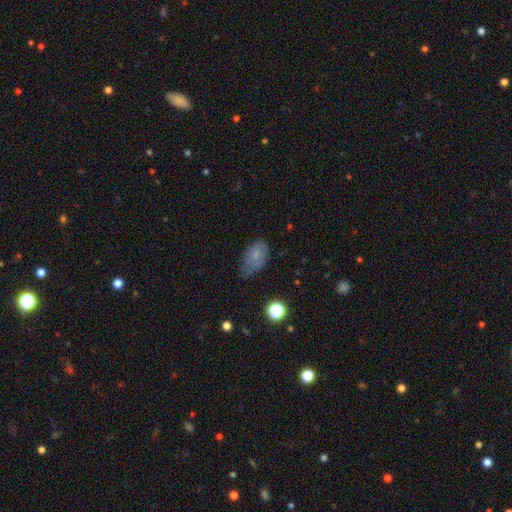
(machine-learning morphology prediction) smooth-or-featured: smooth: 71% | featured or disk: 19% | star or artifact: 11%
  how-rounded: in between: 88% | round: 10% | cigar-shaped: 2%
  merging: none: 43% | minor disturbance: 40% | major disturbance: 14% | merger: 2%